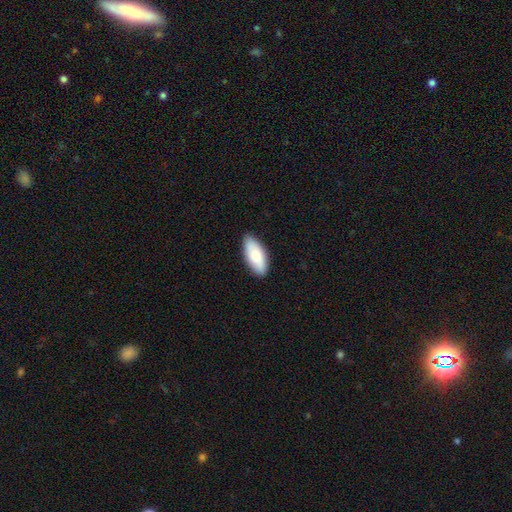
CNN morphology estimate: This is clearly a smooth galaxy (81%). How rounded: clearly in between (84%). Merging: clearly none (87%).